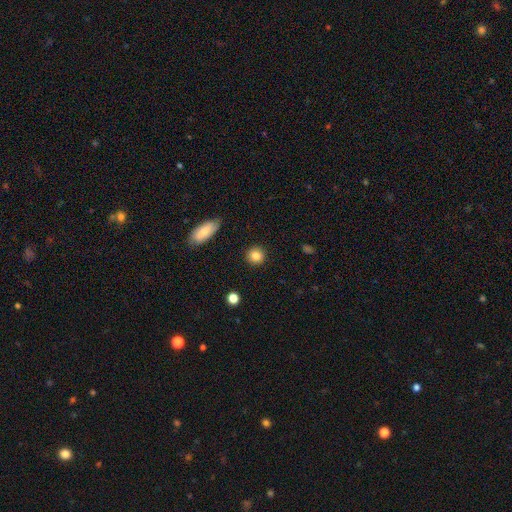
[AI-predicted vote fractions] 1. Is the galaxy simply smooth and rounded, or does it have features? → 85% smooth, 9% star or artifact, 6% featured or disk.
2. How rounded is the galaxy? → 90% round, 9% in between, 1% cigar-shaped.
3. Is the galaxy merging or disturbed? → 91% none, 6% minor disturbance, 2% major disturbance, 1% merger.